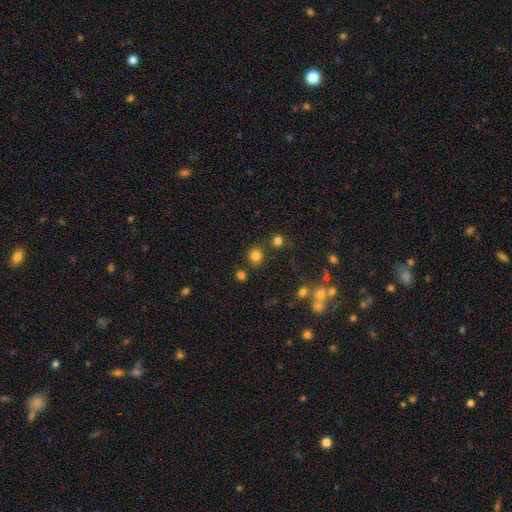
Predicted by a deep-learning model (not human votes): smooth_or_featured: smooth (p=0.79) [alt: star or artifact p=0.15]
how_rounded: round (p=0.80) [alt: in between p=0.19]
merging: none (p=0.78) [alt: minor disturbance p=0.10]